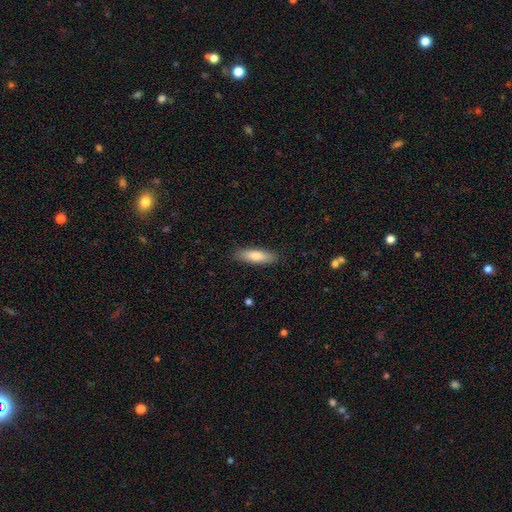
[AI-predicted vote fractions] Morphology: type=smooth (76%); roundness=cigar-shaped (64%); merging=none (88%).